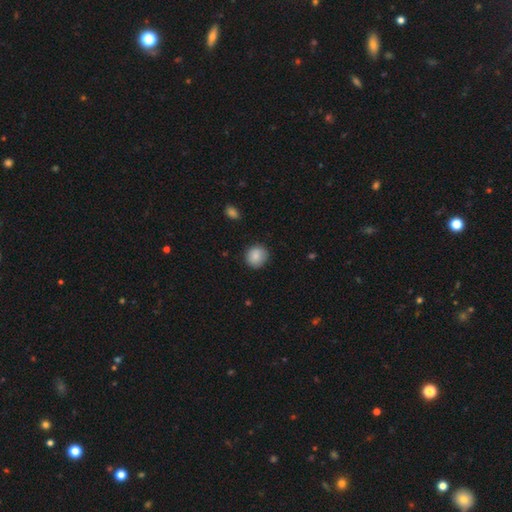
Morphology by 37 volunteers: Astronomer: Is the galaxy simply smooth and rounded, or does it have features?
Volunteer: smooth — 89%.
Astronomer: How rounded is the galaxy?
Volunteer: round — 82%.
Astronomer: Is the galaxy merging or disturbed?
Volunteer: none — 86%.